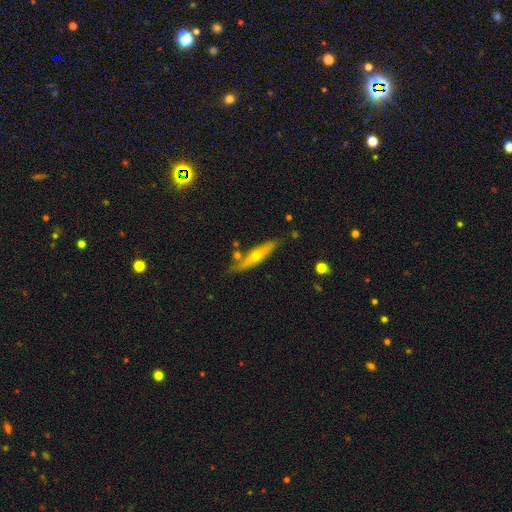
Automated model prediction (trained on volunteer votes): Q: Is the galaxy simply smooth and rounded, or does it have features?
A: featured or disk — 56%.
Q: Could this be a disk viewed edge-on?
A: yes — 80%.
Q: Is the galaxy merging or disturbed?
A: none — 76%.